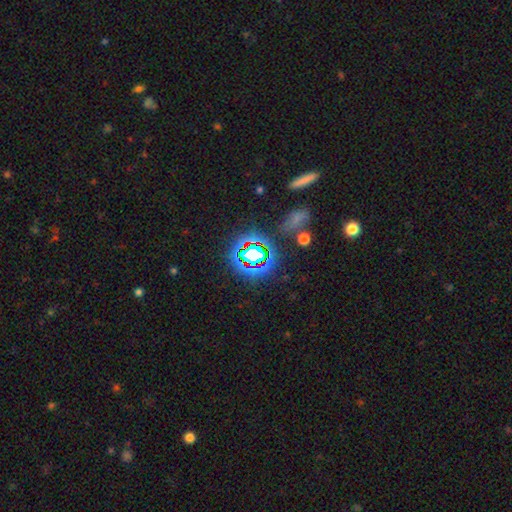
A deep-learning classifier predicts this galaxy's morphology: Q: Smooth or featured?
A: star or artifact (69%); runner-up: smooth (21%)